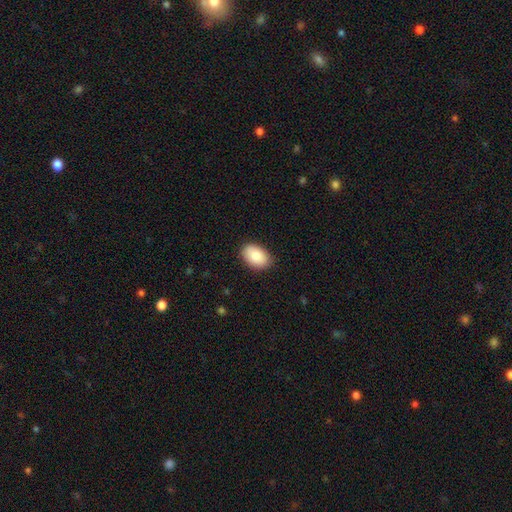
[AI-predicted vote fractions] Smooth or featured: smooth — 88% (star or artifact — 6%)
How rounded: in between — 89% (round — 9%)
Merging: none — 86% (minor disturbance — 11%)